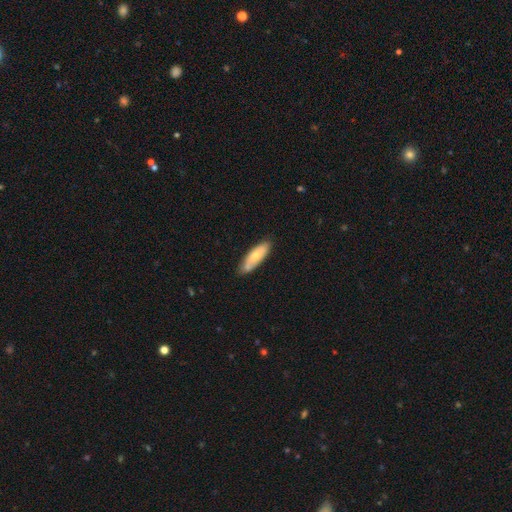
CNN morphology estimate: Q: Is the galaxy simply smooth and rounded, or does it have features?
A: smooth — 65%.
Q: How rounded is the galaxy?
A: in between — 54%.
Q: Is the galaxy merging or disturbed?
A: none — 75%.